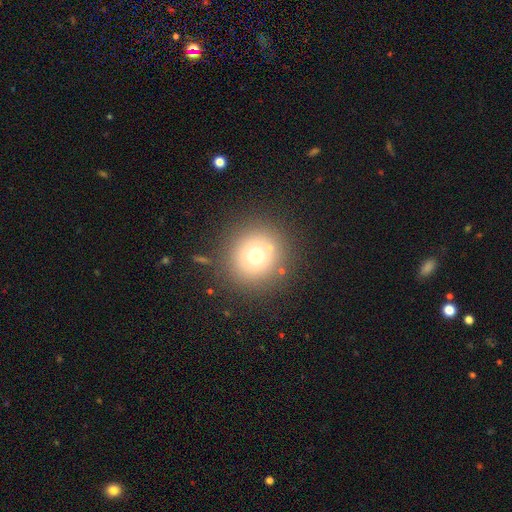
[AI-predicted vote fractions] smooth 66%, star or artifact 17%, featured or disk 17%. Down the decision tree: how rounded — round (93%); merging — none (82%).